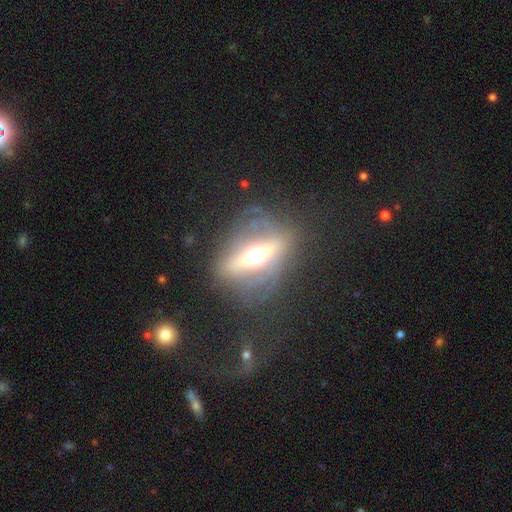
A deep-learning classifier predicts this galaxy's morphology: A featured or disk galaxy (68%) viewed edge-on (50%, tied with no).

Vote fractions:
- Smooth or featured? featured or disk: 68% / smooth: 21% / star or artifact: 11%
- Edge-on disk? yes: 50% (tied) / no: 50% (tied)
- Merging? none: 66% / major disturbance: 17% / minor disturbance: 15% / merger: 2%